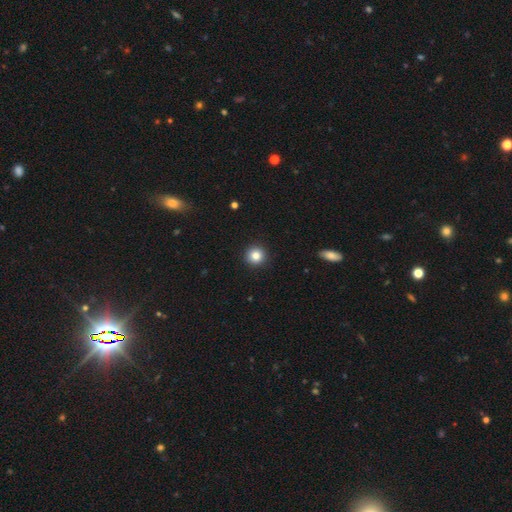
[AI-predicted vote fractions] A smooth galaxy with no disk features (84%) that is round (94%).

Vote fractions:
- Smooth or featured? smooth: 84% / star or artifact: 10% / featured or disk: 5%
- How rounded? round: 94% / in between: 5% / cigar-shaped: 1%
- Merging? none: 93% / minor disturbance: 5% / major disturbance: 2% / merger: 1%